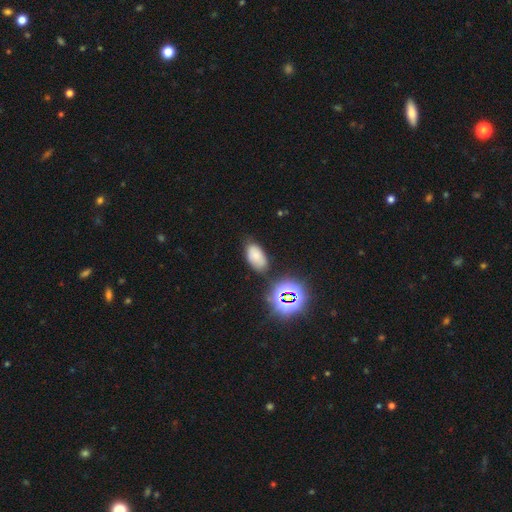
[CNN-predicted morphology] Smooth or featured? Predicted: smooth (p=0.67). How rounded? Predicted: in between (p=0.92). Merging? Predicted: none (p=0.73).